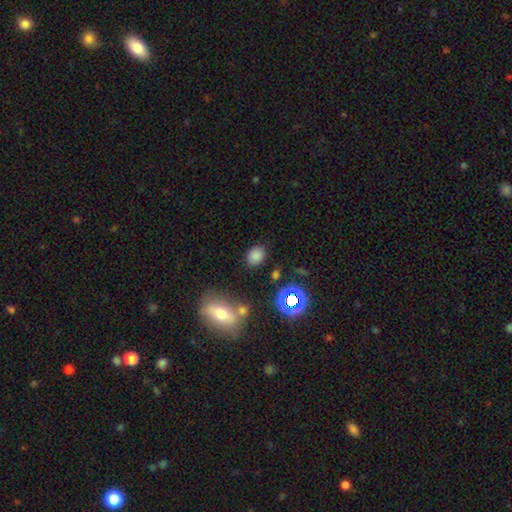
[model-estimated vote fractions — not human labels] Smooth or featured? smooth (78%)
How rounded? in between (54%)
Merging? none (82%)